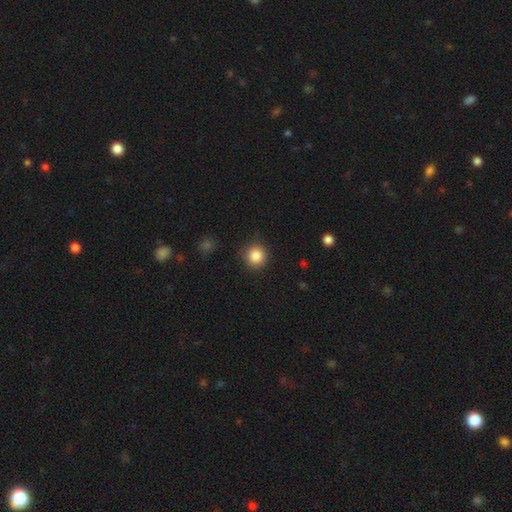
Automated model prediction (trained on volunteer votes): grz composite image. It shows a smooth galaxy with no disk features (86%) that is round (93%). Merging: none (86%).